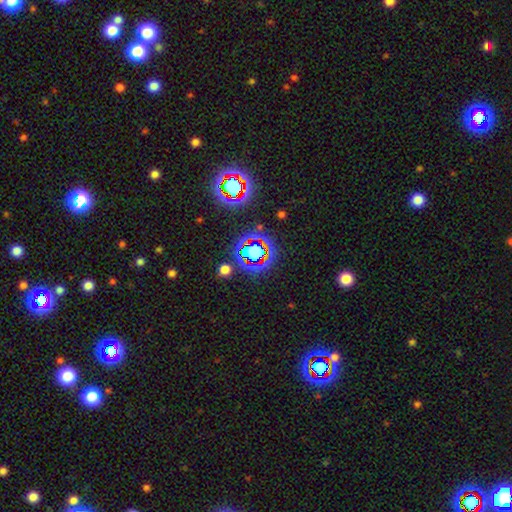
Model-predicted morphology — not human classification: A star or artifact, not a galaxy (61%).